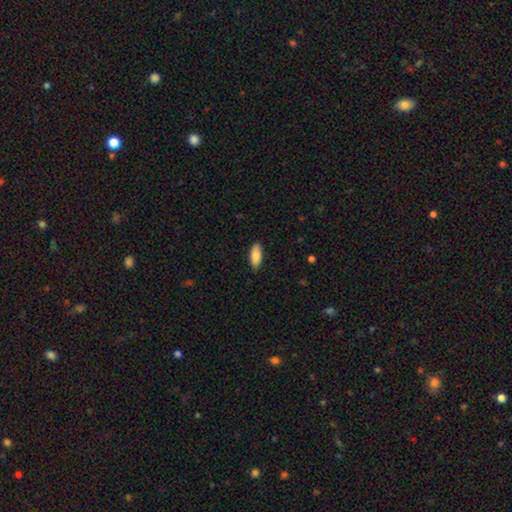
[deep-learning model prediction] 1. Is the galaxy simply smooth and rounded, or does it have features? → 86% smooth, 8% featured or disk, 6% star or artifact.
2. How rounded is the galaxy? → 80% in between, 18% cigar-shaped, 2% round.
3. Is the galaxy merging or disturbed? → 87% none, 10% minor disturbance, 2% major disturbance, 1% merger.